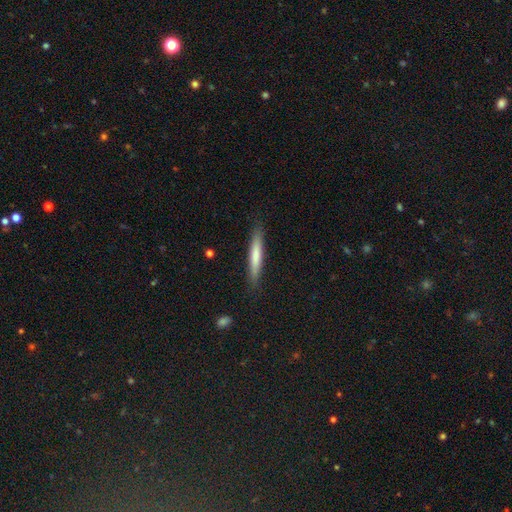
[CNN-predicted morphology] smooth-or-featured: smooth: 71% | featured or disk: 24% | star or artifact: 6%
  how-rounded: cigar-shaped: 93% | in between: 6% | round: 1%
  merging: none: 87% | minor disturbance: 10% | major disturbance: 2% | merger: 1%